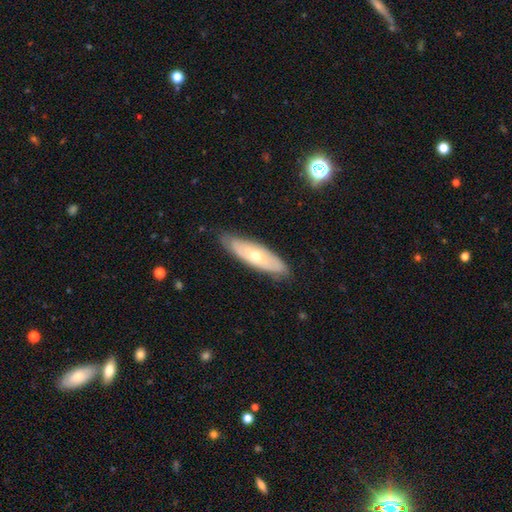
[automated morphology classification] Overall: featured or disk (53%; smooth 41%). Edge-on disk: no (61%; yes 39%). Merging: none (81%).